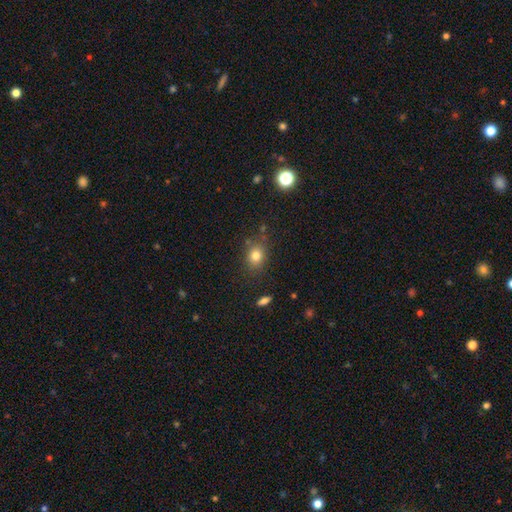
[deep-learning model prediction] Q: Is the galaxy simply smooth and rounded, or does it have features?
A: smooth — 79%.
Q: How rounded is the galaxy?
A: round — 55%.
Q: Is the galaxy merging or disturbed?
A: none — 81%.